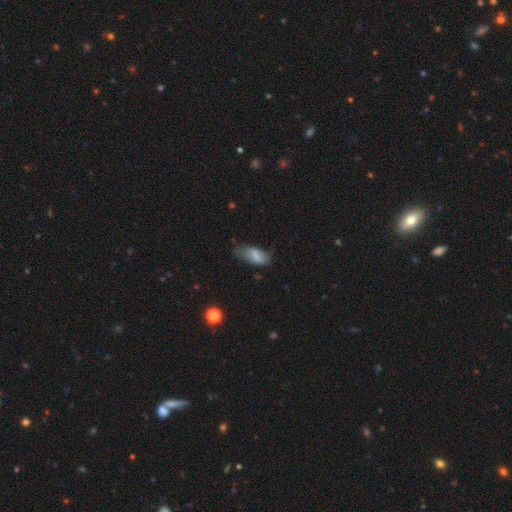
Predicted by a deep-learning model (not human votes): Q: Smooth or featured?
A: smooth (72%); runner-up: featured or disk (19%)
Q: How rounded?
A: in between (88%); runner-up: cigar-shaped (9%)
Q: Merging?
A: none (48%); runner-up: minor disturbance (37%)